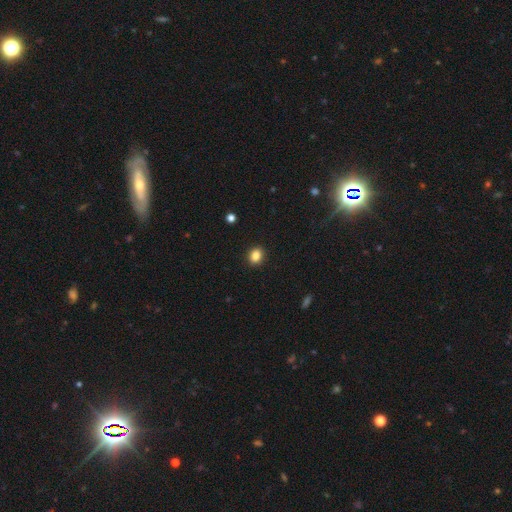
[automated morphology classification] Smooth or featured?
  - smooth: 86% *
  - star or artifact: 10%
  - featured or disk: 4%
How rounded?
  - round: 54% *
  - in between: 45%
  - cigar-shaped: 1%
Merging?
  - none: 91% *
  - minor disturbance: 6%
  - major disturbance: 2%
  - merger: 1%